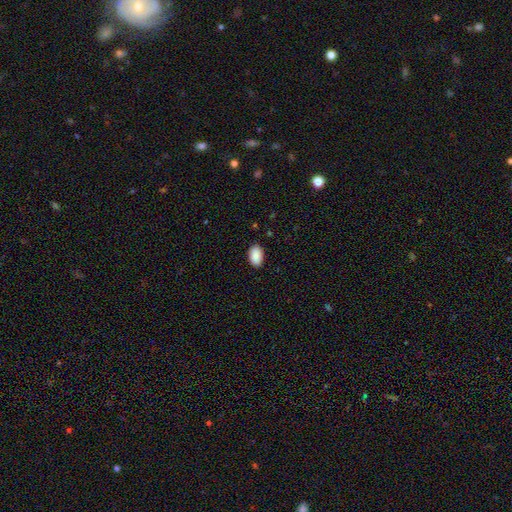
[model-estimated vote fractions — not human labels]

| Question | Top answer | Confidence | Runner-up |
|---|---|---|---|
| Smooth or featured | smooth | 91% | star or artifact (7%) |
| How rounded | in between | 92% | round (7%) |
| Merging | none | 87% | minor disturbance (10%) |